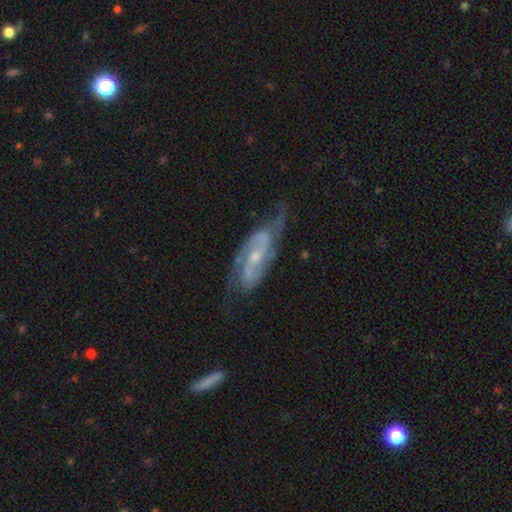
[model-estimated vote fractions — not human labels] smooth_or_featured: featured or disk (p=0.86) [alt: smooth p=0.08]
disk_edge_on: no (p=0.91) [alt: yes p=0.09]
bar: weak (p=0.45) [alt: no p=0.31]
has_spiral_arms: yes (p=0.96) [alt: no p=0.04]
spiral_winding: medium (p=0.50) [alt: tight p=0.29]
spiral_arm_count: 2 (p=0.87) [alt: can't tell p=0.06]
bulge_size: small (p=0.57) [alt: moderate p=0.36]
merging: none (p=0.66) [alt: minor disturbance p=0.22]